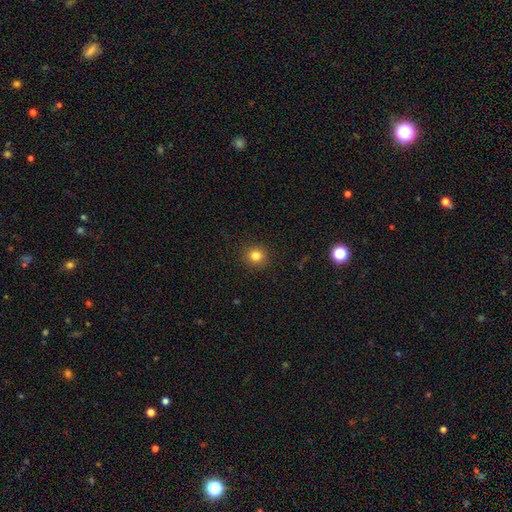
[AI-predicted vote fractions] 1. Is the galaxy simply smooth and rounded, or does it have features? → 82% smooth, 13% star or artifact, 6% featured or disk.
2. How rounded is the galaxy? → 92% round, 7% in between, 1% cigar-shaped.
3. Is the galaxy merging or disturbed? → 92% none, 6% minor disturbance, 2% major disturbance, 1% merger.